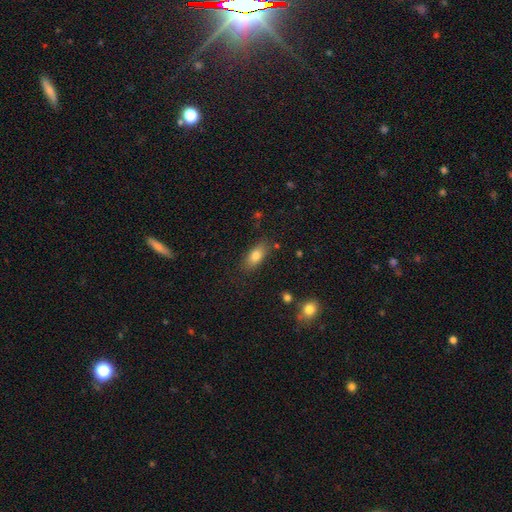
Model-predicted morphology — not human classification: Smooth or featured: smooth — 79% (featured or disk — 13%)
How rounded: in between — 84% (cigar-shaped — 11%)
Merging: none — 81% (minor disturbance — 13%)